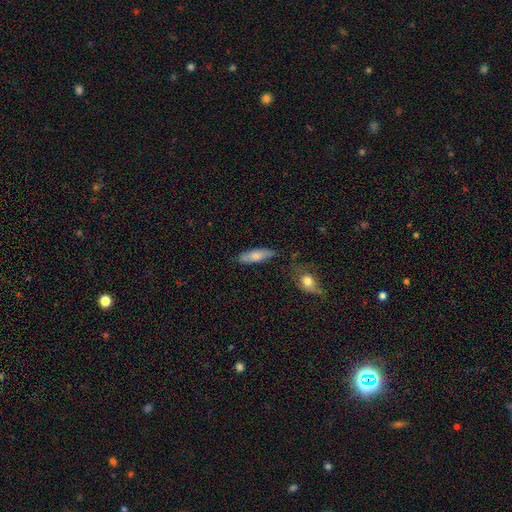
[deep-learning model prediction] Q: Smooth or featured?
A: smooth (75%); runner-up: featured or disk (18%)
Q: How rounded?
A: cigar-shaped (52%); runner-up: in between (46%)
Q: Merging?
A: none (78%); runner-up: minor disturbance (15%)